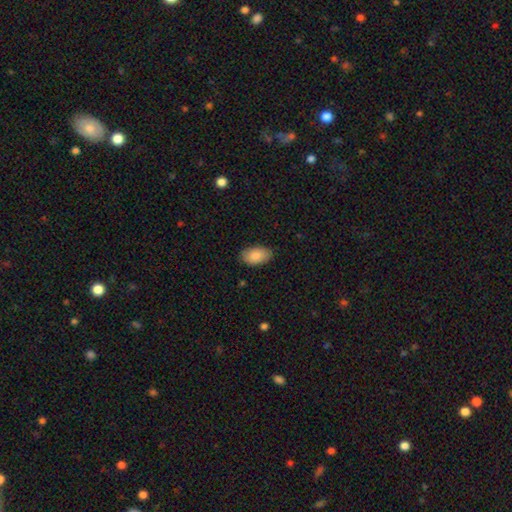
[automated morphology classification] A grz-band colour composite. It shows a smooth galaxy with no disk features (87%) that is in between round and cigar-shaped (94%). Merging: none (86%).